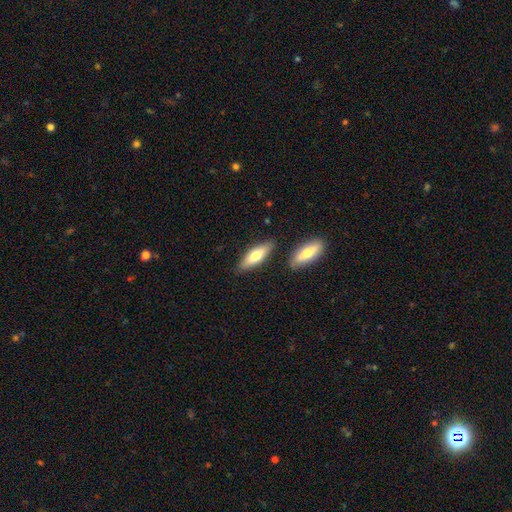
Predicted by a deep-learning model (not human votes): A smooth galaxy with no disk features (70%) that is in between round and cigar-shaped (55%). Merging: none (80%).